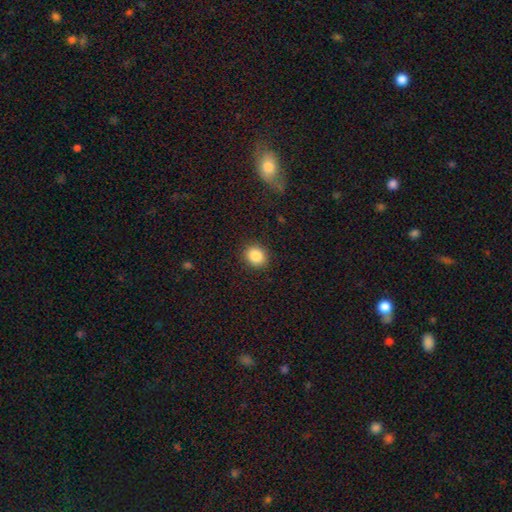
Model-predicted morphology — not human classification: Smooth or featured?
  - smooth: 86% *
  - star or artifact: 10%
  - featured or disk: 5%
How rounded?
  - round: 70% *
  - in between: 29%
  - cigar-shaped: 1%
Merging?
  - none: 89% *
  - minor disturbance: 7%
  - major disturbance: 2%
  - merger: 1%